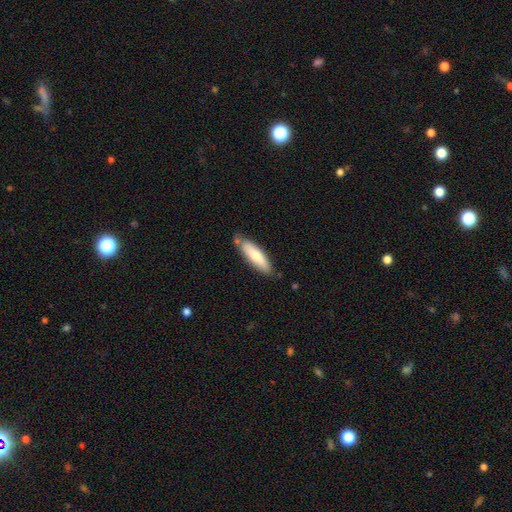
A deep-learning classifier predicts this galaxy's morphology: Smooth or featured? Predicted: smooth (p=0.72). How rounded? Predicted: cigar-shaped (p=0.60). Merging? Predicted: none (p=0.75).